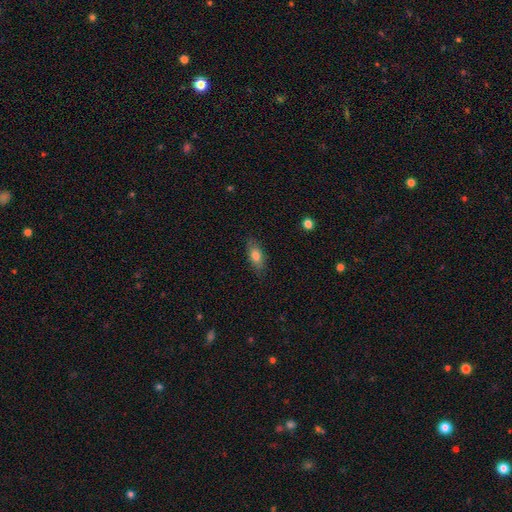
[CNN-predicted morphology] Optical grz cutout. It shows a smooth galaxy with no disk features (76%) that is in between round and cigar-shaped (80%). Merging: none (83%).